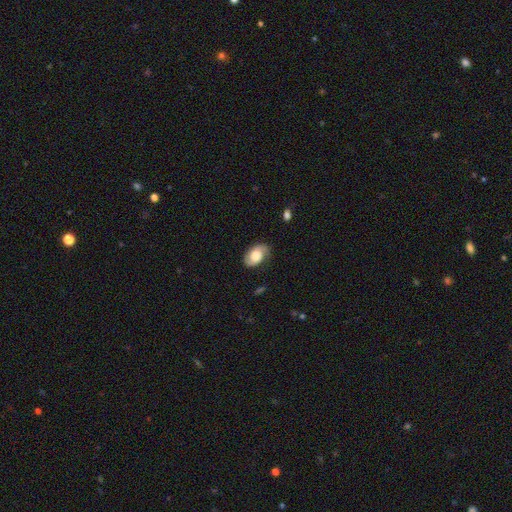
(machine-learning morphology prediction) Q: Smooth or featured?
A: featured or disk (47%); runner-up: smooth (46%)
Q: Merging?
A: none (76%); runner-up: minor disturbance (18%)